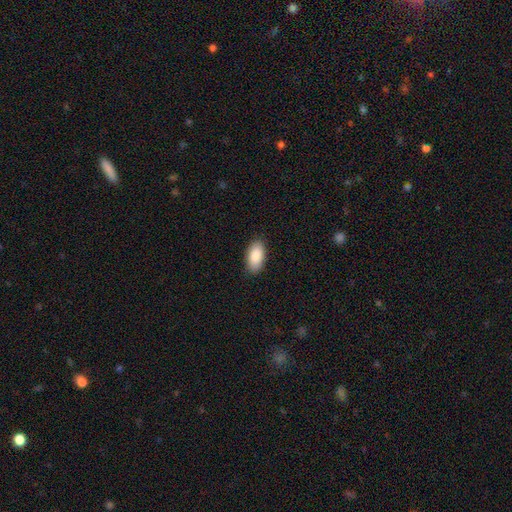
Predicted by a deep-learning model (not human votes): Smooth or featured? Predicted: smooth (p=0.88). How rounded? Predicted: in between (p=0.94). Merging? Predicted: none (p=0.87).